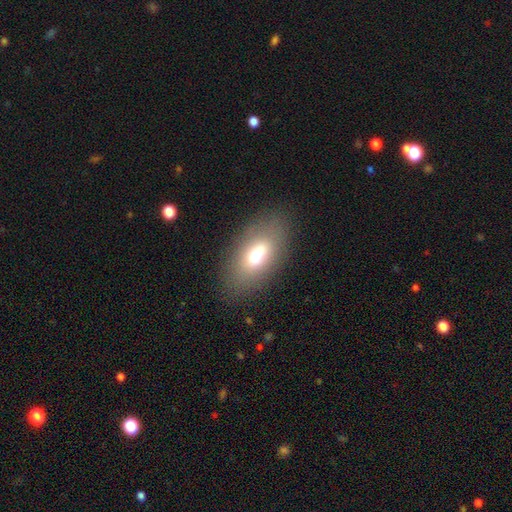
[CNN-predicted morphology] Smooth or featured?
  - smooth: 67% *
  - featured or disk: 23%
  - star or artifact: 11%
How rounded?
  - in between: 87% *
  - round: 7%
  - cigar-shaped: 6%
Merging?
  - none: 80% *
  - minor disturbance: 12%
  - major disturbance: 6%
  - merger: 1%